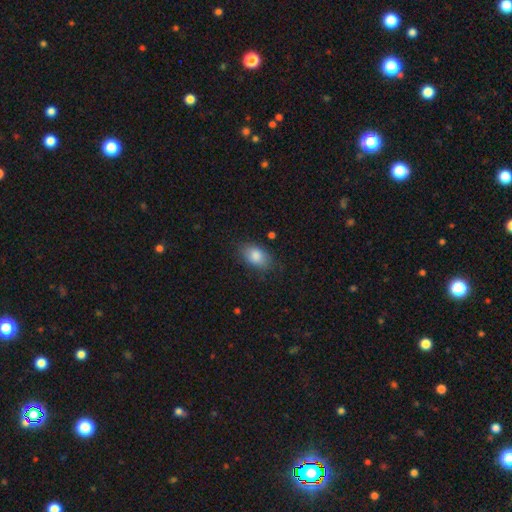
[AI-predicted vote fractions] The model was most divided on "merging": none: 79%, minor disturbance: 16%, major disturbance: 4%, merger: 1%. More confident: how rounded — in between (88%); smooth or featured — smooth (85%).